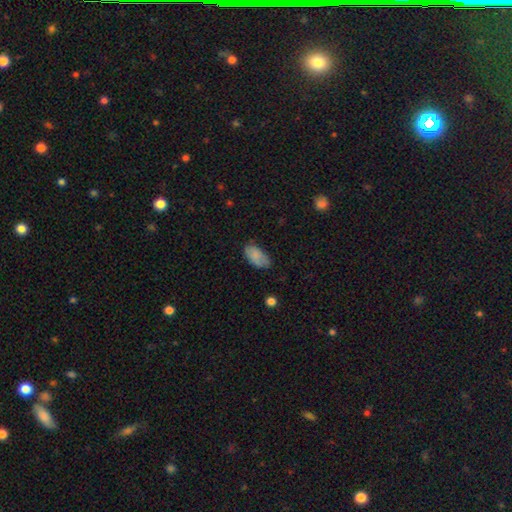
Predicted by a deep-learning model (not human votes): A smooth galaxy with no disk features (82%) that is in between round and cigar-shaped (94%).

Vote fractions:
- Smooth or featured? smooth: 82% / featured or disk: 10% / star or artifact: 8%
- How rounded? in between: 94% / round: 4% / cigar-shaped: 2%
- Merging? none: 64% / minor disturbance: 27% / major disturbance: 6% / merger: 2%